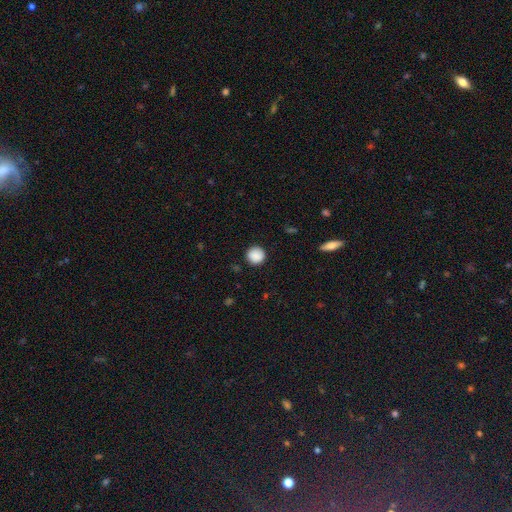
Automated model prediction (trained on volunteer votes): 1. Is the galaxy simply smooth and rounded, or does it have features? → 89% smooth, 9% star or artifact, 3% featured or disk.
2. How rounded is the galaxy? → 94% round, 5% in between, 1% cigar-shaped.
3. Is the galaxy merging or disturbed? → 91% none, 6% minor disturbance, 2% major disturbance, 1% merger.